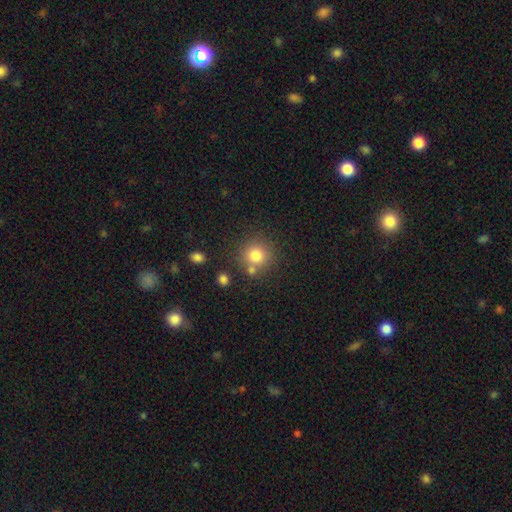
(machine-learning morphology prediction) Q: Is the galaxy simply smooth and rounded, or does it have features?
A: smooth — 79%.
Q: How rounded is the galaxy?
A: round — 90%.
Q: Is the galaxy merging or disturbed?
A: none — 70%.